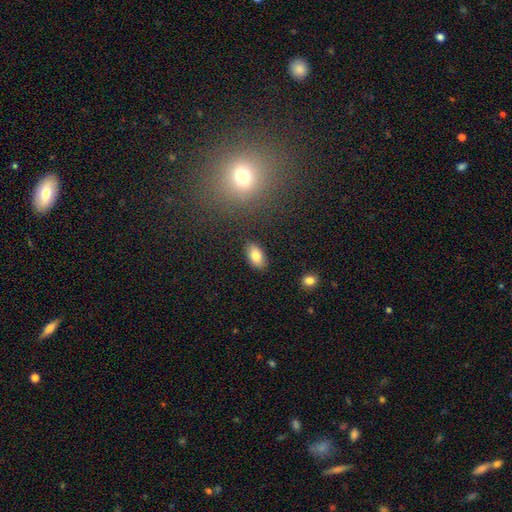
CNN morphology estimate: Q: Smooth or featured?
A: smooth (82%); runner-up: featured or disk (10%)
Q: How rounded?
A: in between (92%); runner-up: round (4%)
Q: Merging?
A: none (86%); runner-up: minor disturbance (9%)